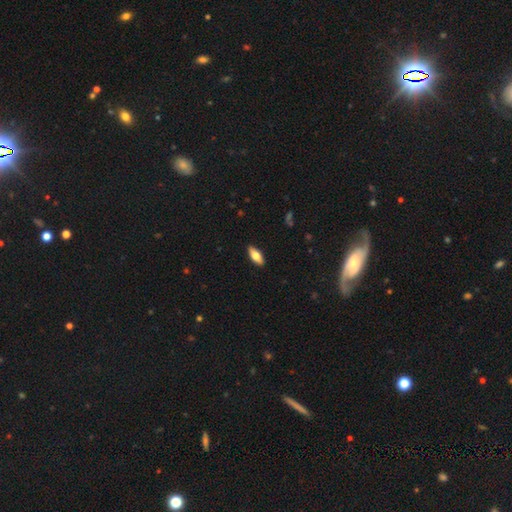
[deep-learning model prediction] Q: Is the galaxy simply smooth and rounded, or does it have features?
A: smooth — 71%.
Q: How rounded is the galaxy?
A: in between — 80%.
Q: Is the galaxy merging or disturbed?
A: none — 89%.